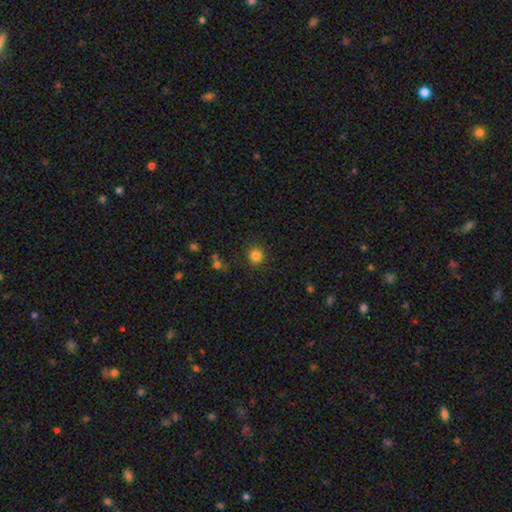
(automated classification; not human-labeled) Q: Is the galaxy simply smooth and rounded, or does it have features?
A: smooth — 83%.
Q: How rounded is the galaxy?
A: round — 90%.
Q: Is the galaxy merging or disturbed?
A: none — 87%.